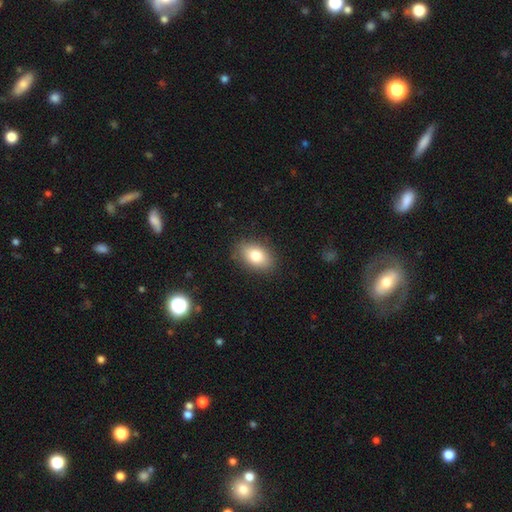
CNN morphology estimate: smooth_or_featured: smooth (p=0.80) [alt: featured or disk p=0.12]
how_rounded: in between (p=0.86) [alt: round p=0.12]
merging: none (p=0.86) [alt: minor disturbance p=0.10]